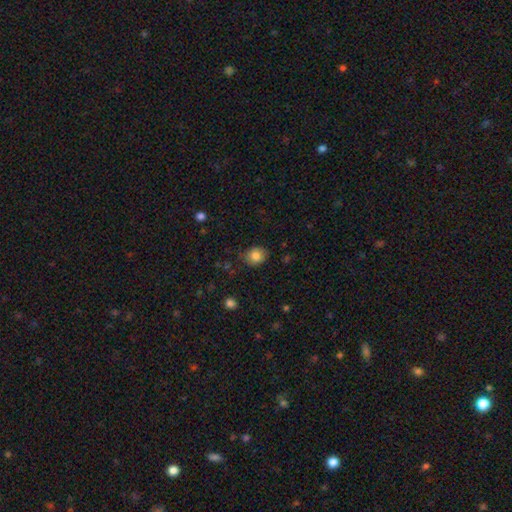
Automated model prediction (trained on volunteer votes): A smooth galaxy with no disk features (83%) that is round (61%).

Vote fractions:
- Smooth or featured? smooth: 83% / star or artifact: 10% / featured or disk: 7%
- How rounded? round: 61% / in between: 39% / cigar-shaped: 1%
- Merging? none: 79% / minor disturbance: 16% / major disturbance: 3% / merger: 1%